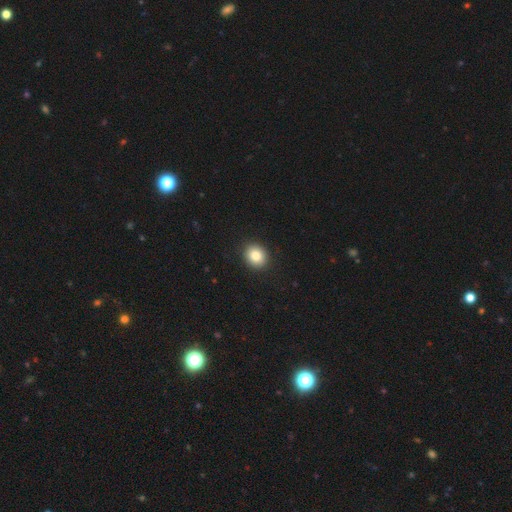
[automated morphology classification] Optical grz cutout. It shows a smooth galaxy with no disk features (84%) that is round (72%). Merging: none (92%).